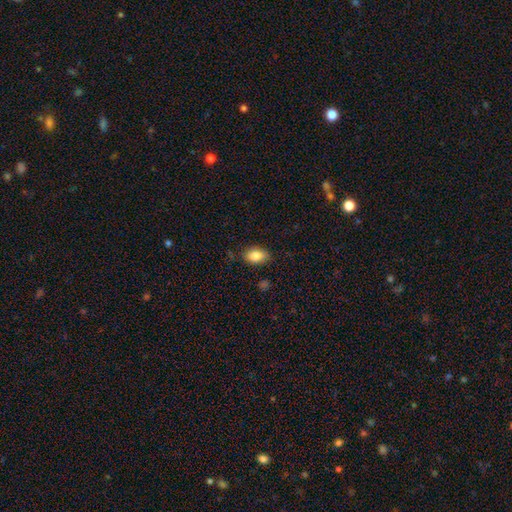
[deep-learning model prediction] This appears to be a smooth galaxy with no disk features (83%) that is in between round and cigar-shaped (85%). Merging: none (84%).